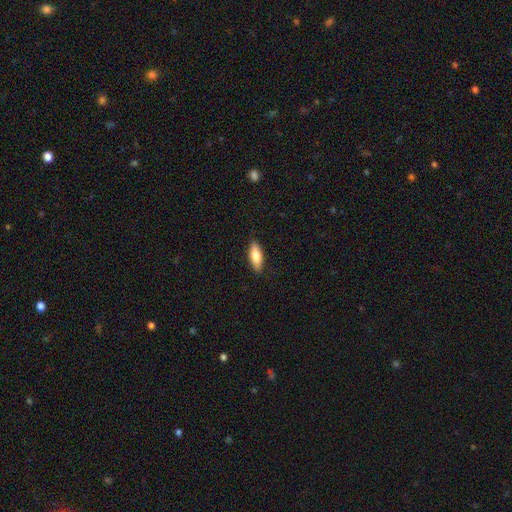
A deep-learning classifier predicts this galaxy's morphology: Overall: smooth (74%). How rounded: in between (66%; cigar-shaped 32%). Merging: none (89%).